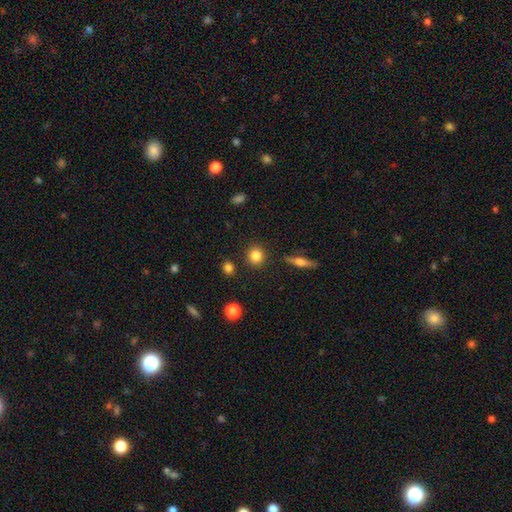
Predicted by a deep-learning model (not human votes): Smooth or featured?
  - smooth: 84% *
  - star or artifact: 10%
  - featured or disk: 6%
How rounded?
  - round: 90% *
  - in between: 9%
  - cigar-shaped: 1%
Merging?
  - none: 88% *
  - minor disturbance: 6%
  - merger: 3%
  - major disturbance: 2%